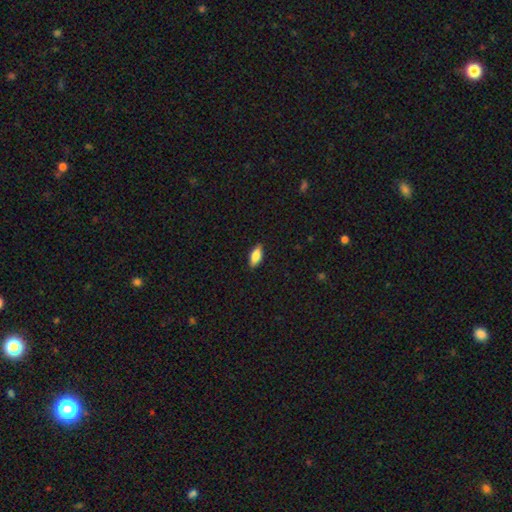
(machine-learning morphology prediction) This is likely a smooth galaxy (79%). How rounded: clearly in between (82%). Merging: clearly none (88%).